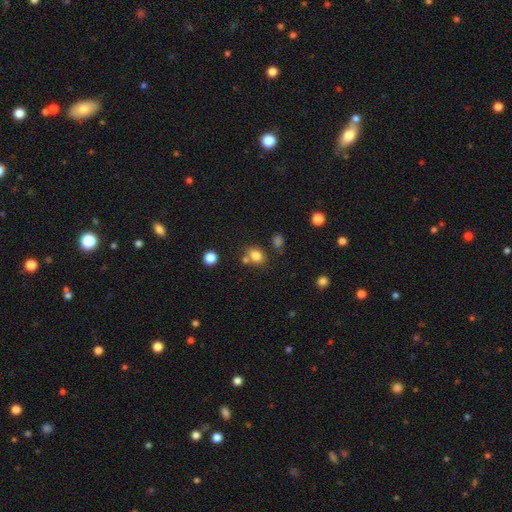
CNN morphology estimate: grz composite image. It shows a smooth galaxy with no disk features (80%) that is round (50%). Merging: none (62%).